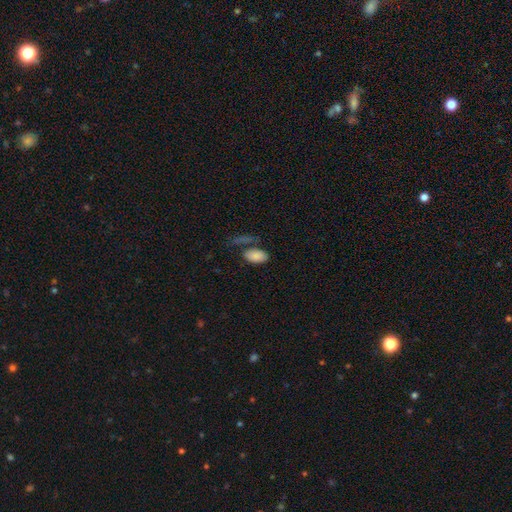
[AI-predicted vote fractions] Smooth or featured: smooth — 84% (featured or disk — 9%)
How rounded: in between — 94% (round — 3%)
Merging: none — 56% (minor disturbance — 18%)